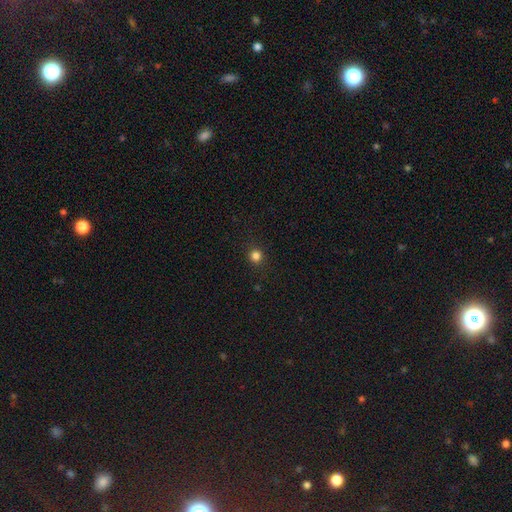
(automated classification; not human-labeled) Q: Smooth or featured?
A: smooth (82%); runner-up: star or artifact (14%)
Q: How rounded?
A: round (93%); runner-up: in between (6%)
Q: Merging?
A: none (91%); runner-up: minor disturbance (6%)